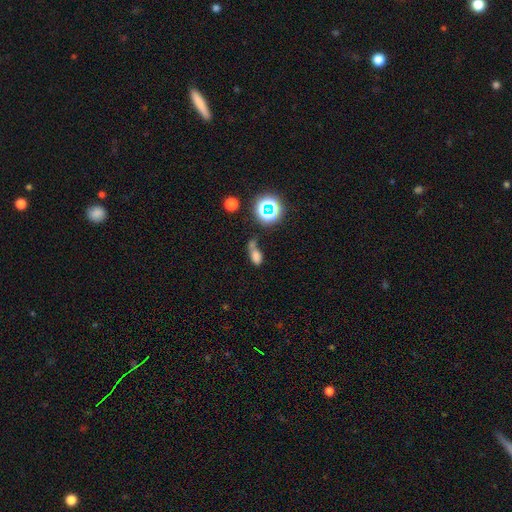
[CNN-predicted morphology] type=smooth (67%); roundness=in between (79%); merging=merger (40%).